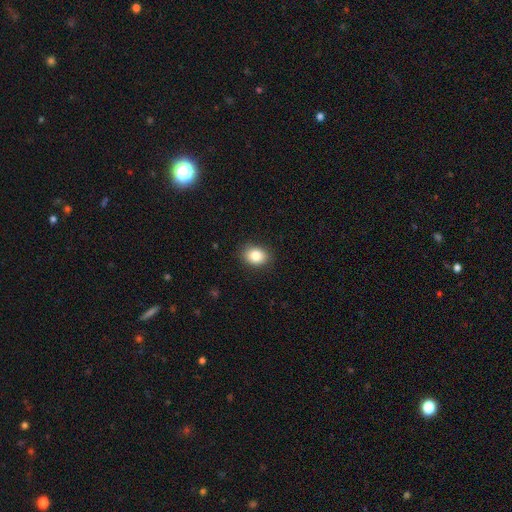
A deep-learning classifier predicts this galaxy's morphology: A smooth galaxy with no disk features (84%) that is in between round and cigar-shaped (60%). Merging: none (89%).